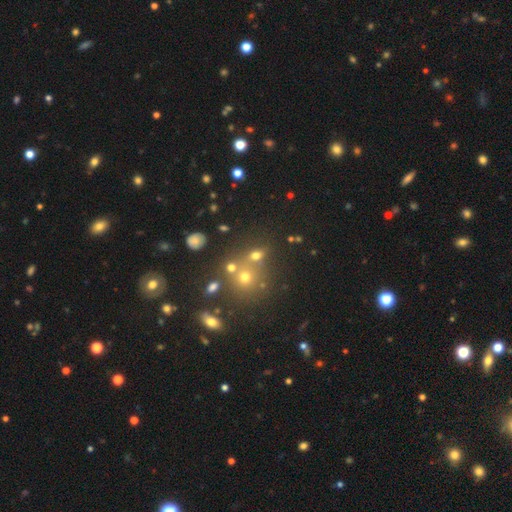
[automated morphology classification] smooth_or_featured: smooth (p=0.61) [alt: star or artifact p=0.25]
how_rounded: round (p=0.65) [alt: in between p=0.33]
merging: none (p=0.57) [alt: merger p=0.27]